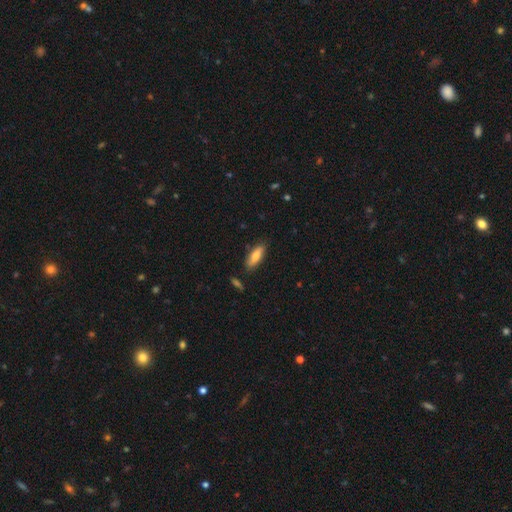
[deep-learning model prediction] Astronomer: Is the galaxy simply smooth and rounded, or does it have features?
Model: smooth — 74%.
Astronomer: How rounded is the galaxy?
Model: in between — 64%.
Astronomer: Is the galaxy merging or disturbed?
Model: none — 82%.